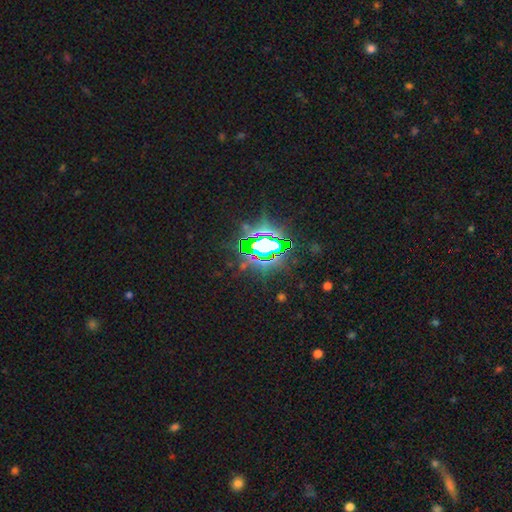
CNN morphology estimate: Q: Smooth or featured?
A: star or artifact (84%); runner-up: smooth (9%)